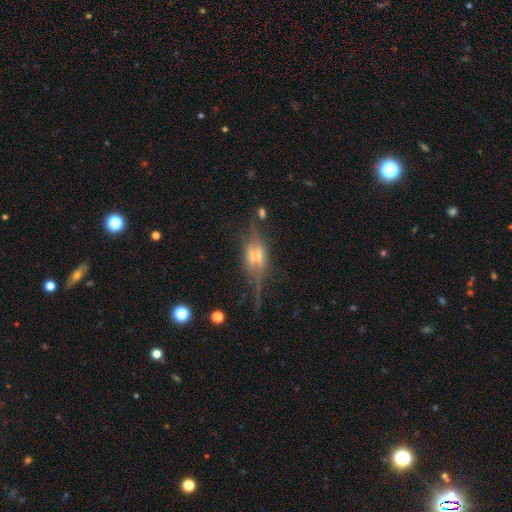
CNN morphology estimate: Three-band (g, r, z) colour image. It shows a featured or disk galaxy (71%) viewed edge-on (83%) with a rounded central bulge (68%). Merging: none (55%).